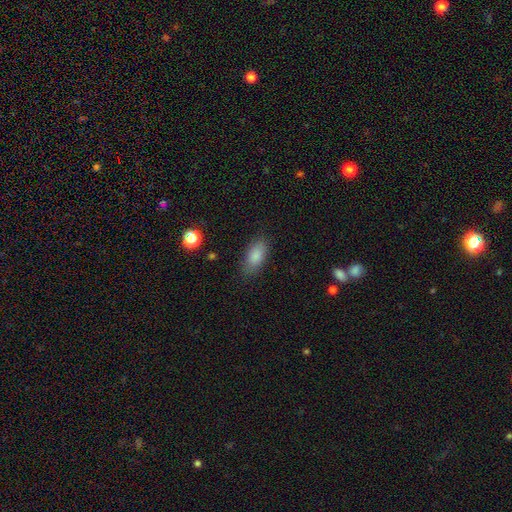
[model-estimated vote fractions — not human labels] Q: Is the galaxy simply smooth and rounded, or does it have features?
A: smooth — 85%.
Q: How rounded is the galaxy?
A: in between — 88%.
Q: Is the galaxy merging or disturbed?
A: none — 82%.